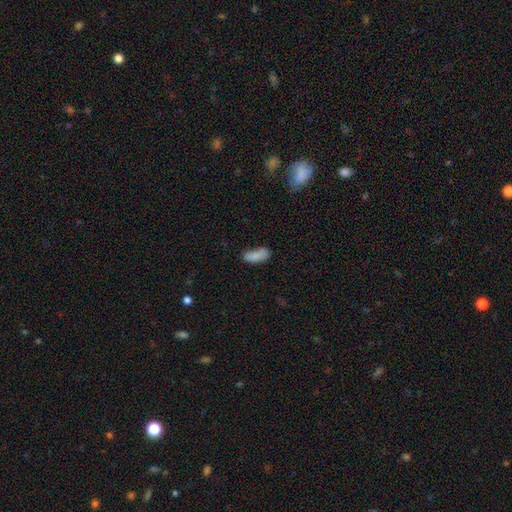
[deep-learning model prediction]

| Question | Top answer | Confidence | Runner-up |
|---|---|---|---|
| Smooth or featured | smooth | 82% | featured or disk (10%) |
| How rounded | in between | 80% | cigar-shaped (17%) |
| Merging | none | 56% | minor disturbance (27%) |